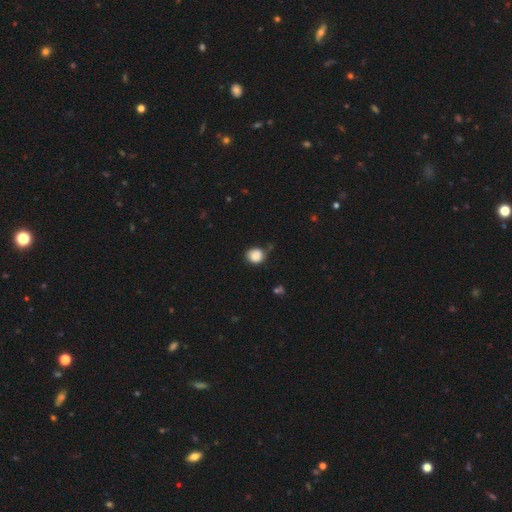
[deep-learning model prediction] This appears to be a smooth galaxy with no disk features (86%) that is round (83%). Merging: none (68%).